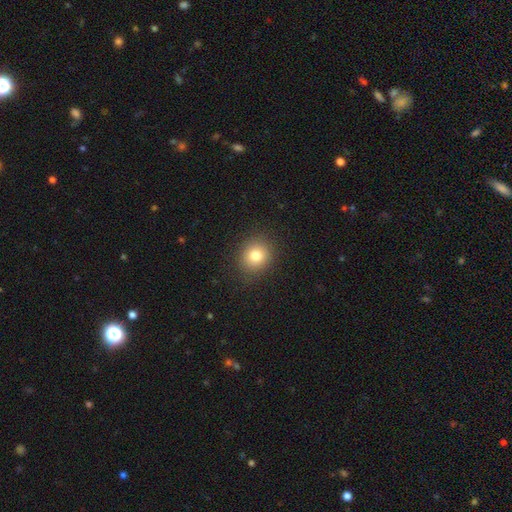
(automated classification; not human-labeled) Smooth or featured? smooth (80%)
How rounded? round (80%)
Merging? none (89%)